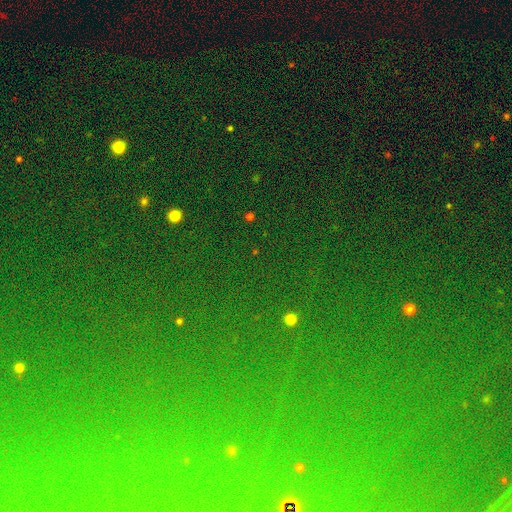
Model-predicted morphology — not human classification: Overall: star or artifact (80%).